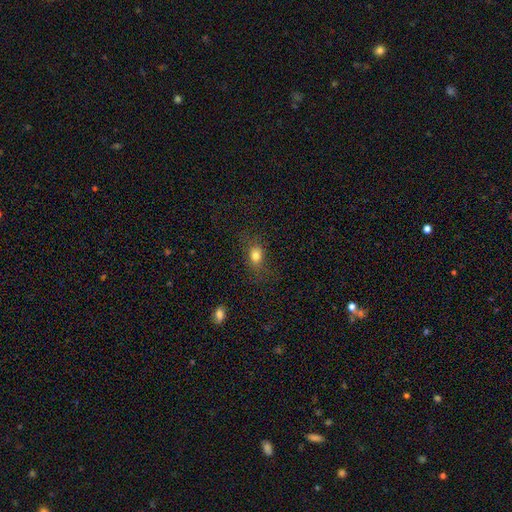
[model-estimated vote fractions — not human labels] Smooth or featured?
  - smooth: 79% *
  - star or artifact: 12%
  - featured or disk: 9%
How rounded?
  - in between: 65% *
  - round: 33%
  - cigar-shaped: 2%
Merging?
  - none: 74% *
  - minor disturbance: 17%
  - major disturbance: 8%
  - merger: 1%